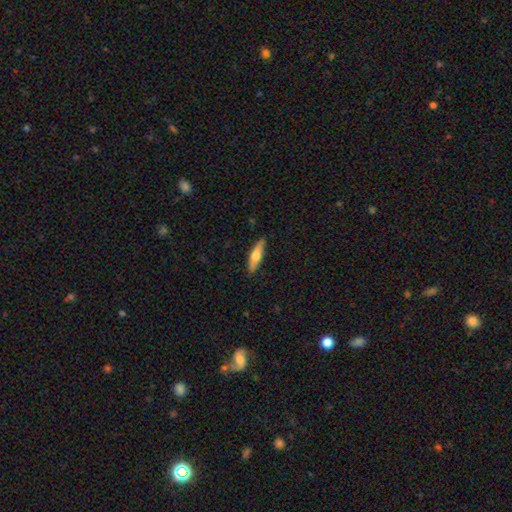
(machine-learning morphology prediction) Smooth or featured? Predicted: smooth (p=0.55). How rounded? Predicted: cigar-shaped (p=0.73). Merging? Predicted: none (p=0.88).